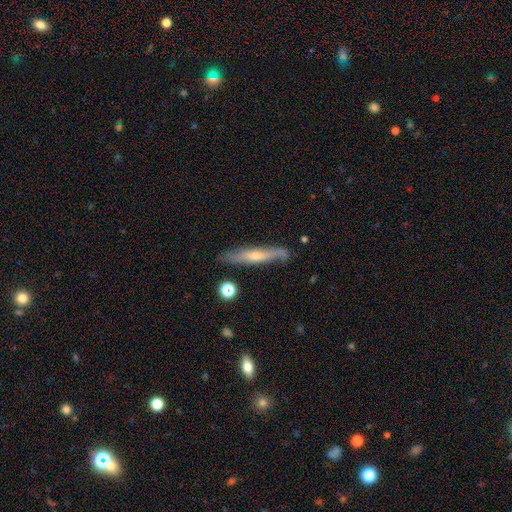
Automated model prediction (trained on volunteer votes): Smooth or featured? featured or disk (55%)
Edge-on disk? yes (85%)
Merging? none (78%)